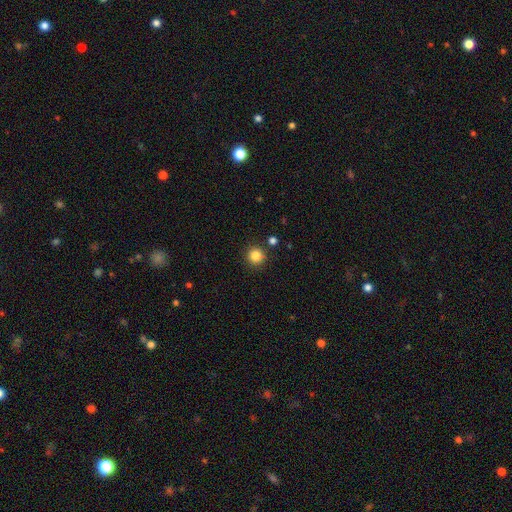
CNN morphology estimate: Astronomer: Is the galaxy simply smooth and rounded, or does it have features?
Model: smooth — 84%.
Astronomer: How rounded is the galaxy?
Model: round — 95%.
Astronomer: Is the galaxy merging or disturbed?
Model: none — 88%.